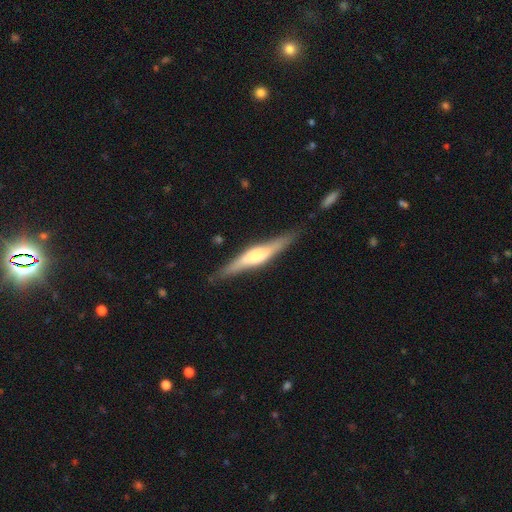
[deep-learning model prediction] A featured or disk galaxy (68%) viewed edge-on (95%) with a rounded central bulge (78%). Merging: none (86%).